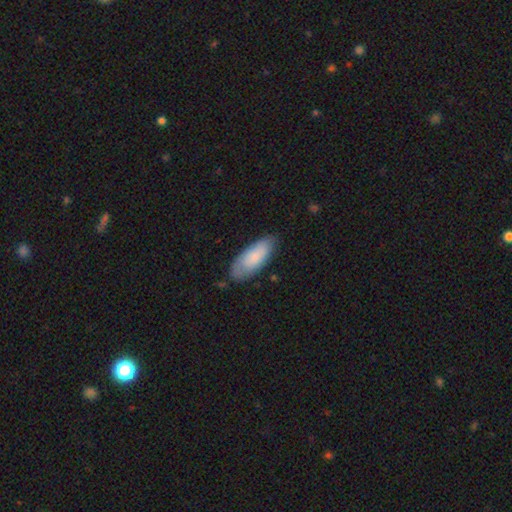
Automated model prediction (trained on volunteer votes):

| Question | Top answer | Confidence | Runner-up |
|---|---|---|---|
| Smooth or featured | smooth | 74% | featured or disk (20%) |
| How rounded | in between | 82% | cigar-shaped (16%) |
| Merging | none | 73% | minor disturbance (21%) |